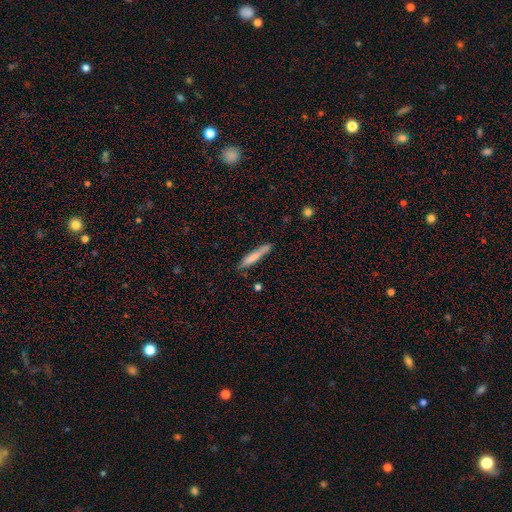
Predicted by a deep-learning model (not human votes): This appears to be a smooth galaxy with no disk features (75%) that is cigar-shaped (92%). Merging: none (74%).